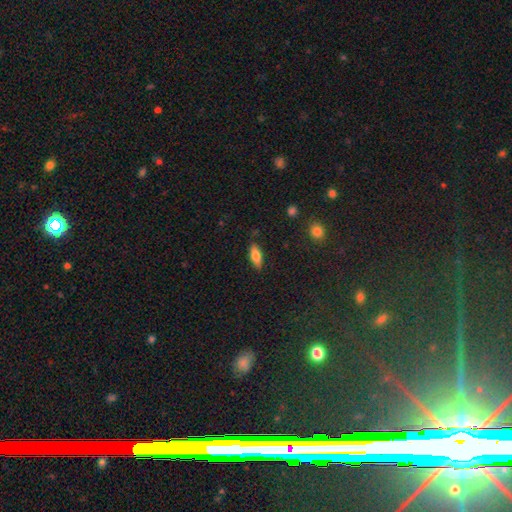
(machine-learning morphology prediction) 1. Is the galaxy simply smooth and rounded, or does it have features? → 73% smooth, 20% featured or disk, 7% star or artifact.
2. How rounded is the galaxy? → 68% in between, 29% cigar-shaped, 2% round.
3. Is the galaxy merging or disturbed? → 86% none, 11% minor disturbance, 2% major disturbance, 1% merger.